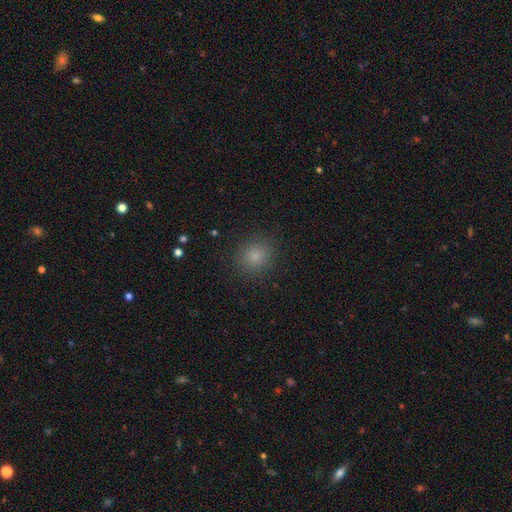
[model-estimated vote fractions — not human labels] Smooth or featured?
  - smooth: 80% *
  - star or artifact: 14%
  - featured or disk: 6%
How rounded?
  - round: 81% *
  - in between: 18%
  - cigar-shaped: 1%
Merging?
  - none: 88% *
  - minor disturbance: 8%
  - major disturbance: 3%
  - merger: 1%